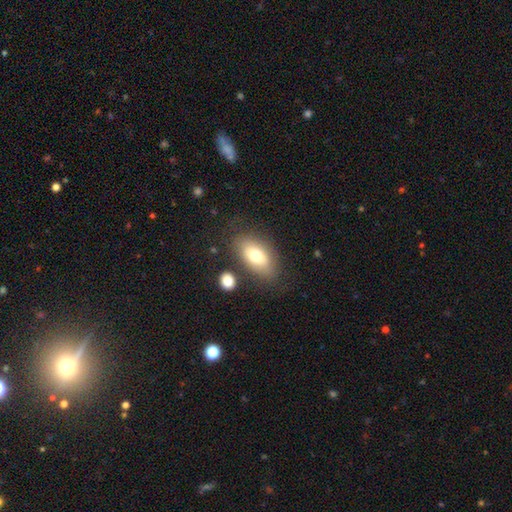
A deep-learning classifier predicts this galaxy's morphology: smooth_or_featured: smooth (p=0.73) [alt: featured or disk p=0.19]
how_rounded: in between (p=0.90) [alt: round p=0.06]
merging: none (p=0.73) [alt: minor disturbance p=0.15]